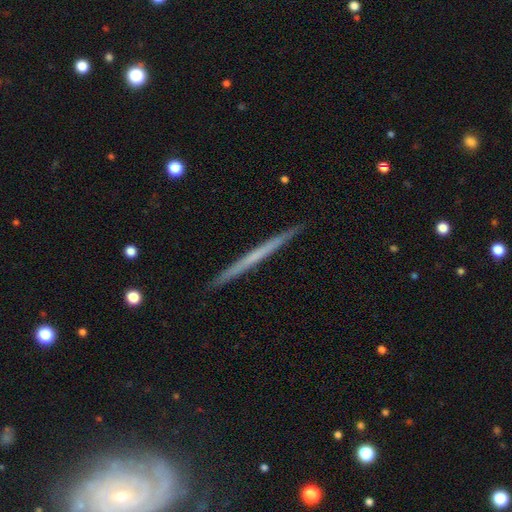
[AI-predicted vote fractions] Smooth or featured? Predicted: featured or disk (p=0.55). Edge-on disk? Predicted: yes (p=0.98). Edge-on bulge? Predicted: none (p=0.91). Merging? Predicted: none (p=0.93).